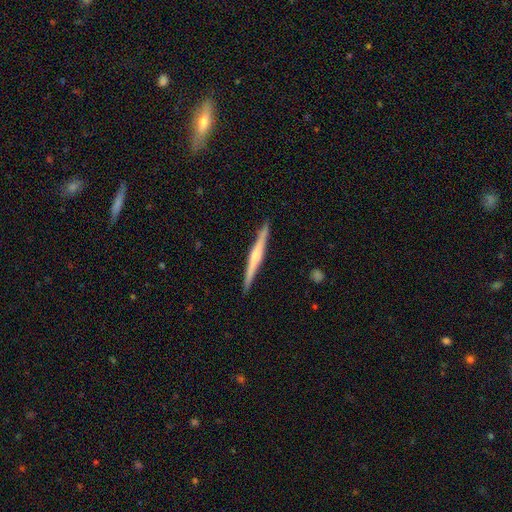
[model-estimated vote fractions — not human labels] A featured or disk galaxy (70%) viewed edge-on (98%) with a rounded central bulge (70%). Merging: none (92%).